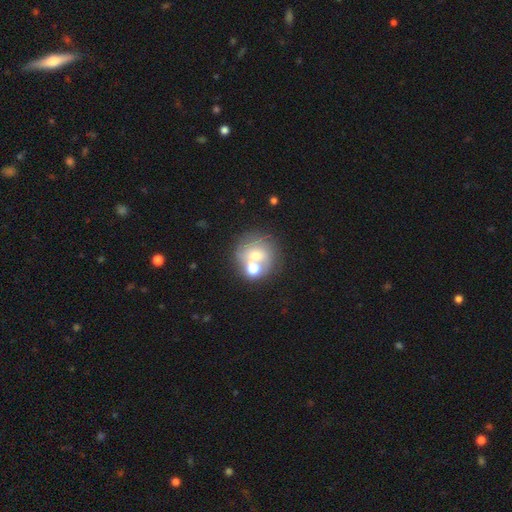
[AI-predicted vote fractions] Q: Smooth or featured?
A: smooth (58%); runner-up: featured or disk (30%)
Q: How rounded?
A: round (84%); runner-up: in between (15%)
Q: Merging?
A: none (44%); runner-up: merger (40%)